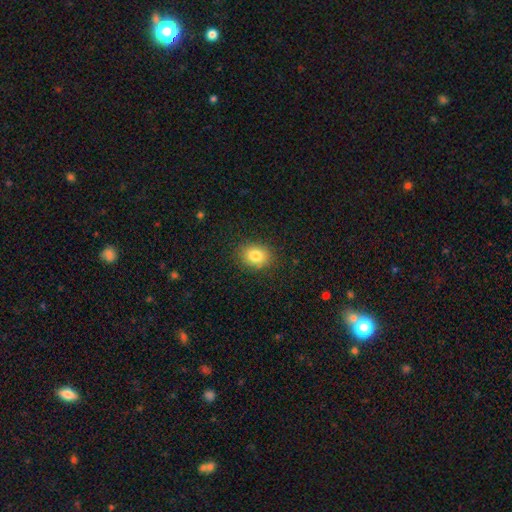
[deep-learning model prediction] smooth 83%, star or artifact 10%, featured or disk 8%. Down the decision tree: how rounded — in between (52%); merging — none (87%).